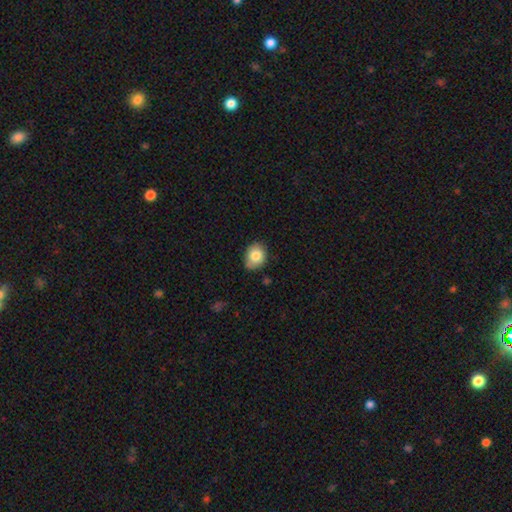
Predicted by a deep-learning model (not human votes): Smooth or featured? smooth (81%)
How rounded? round (52%)
Merging? none (73%)